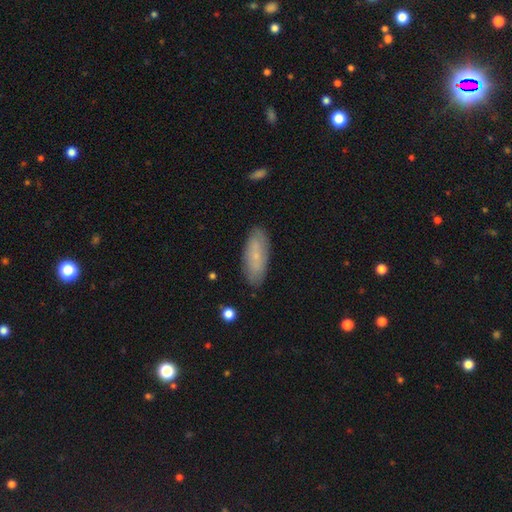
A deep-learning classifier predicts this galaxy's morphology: This appears to be a smooth galaxy with no disk features (59%) that is in between round and cigar-shaped (71%). Merging: none (84%).